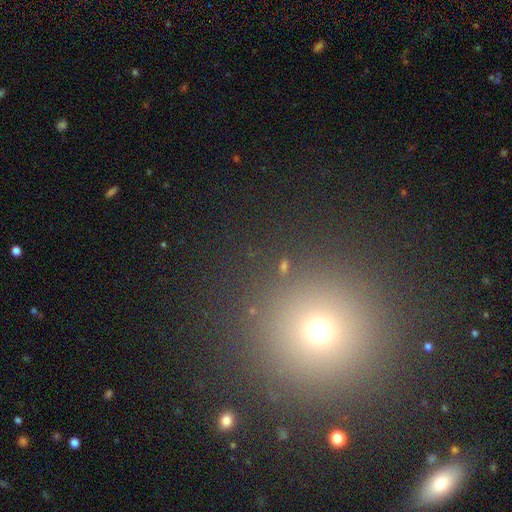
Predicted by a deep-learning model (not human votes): Overall: smooth (60%; star or artifact 33%). How rounded: round (95%). Merging: none (90%).